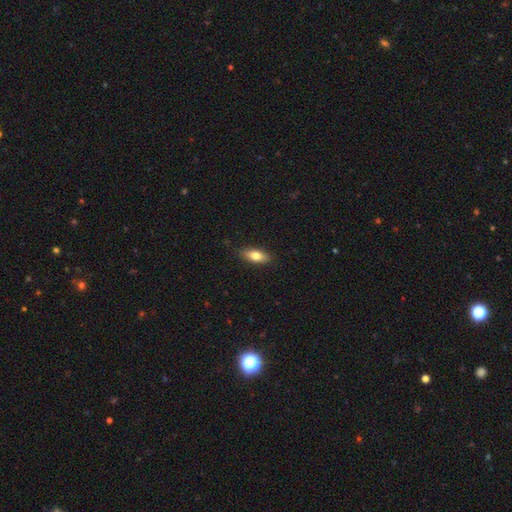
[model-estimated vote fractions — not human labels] Smooth or featured?
  - smooth: 76% *
  - featured or disk: 17%
  - star or artifact: 7%
How rounded?
  - in between: 78% *
  - cigar-shaped: 18%
  - round: 3%
Merging?
  - none: 88% *
  - minor disturbance: 9%
  - major disturbance: 2%
  - merger: 1%